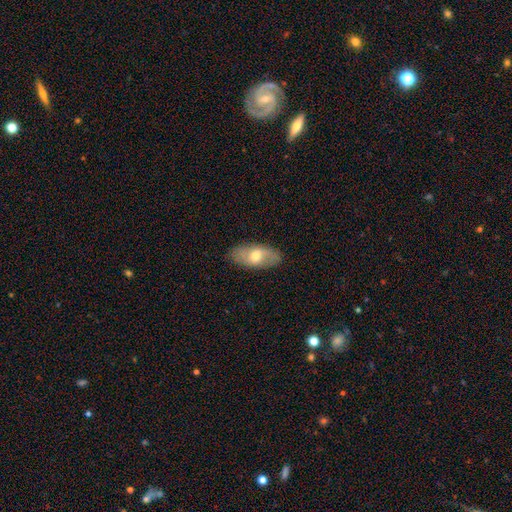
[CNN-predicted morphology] A smooth galaxy with no disk features (54%) that is in between round and cigar-shaped (89%). Merging: none (85%).